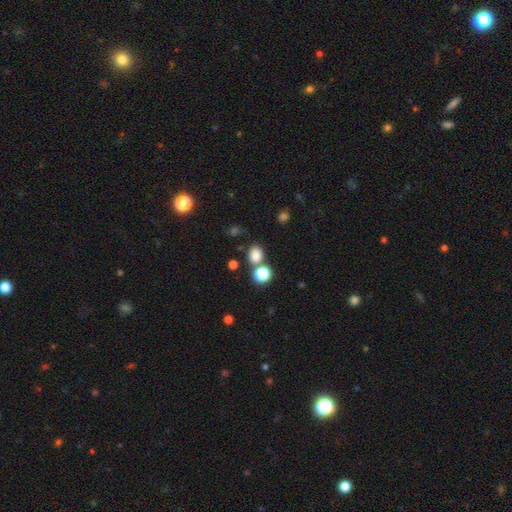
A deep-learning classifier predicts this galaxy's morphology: Smooth or featured: smooth — 79% (star or artifact — 16%)
How rounded: round — 58% (in between — 41%)
Merging: none — 67% (merger — 19%)